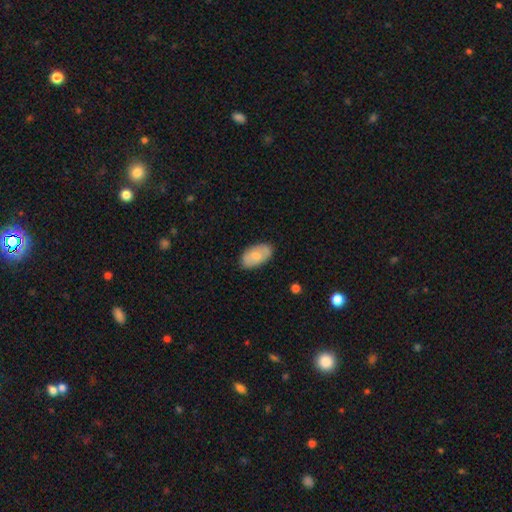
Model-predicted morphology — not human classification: This is likely a smooth galaxy (71%). How rounded: clearly in between (94%). Merging: clearly none (81%).